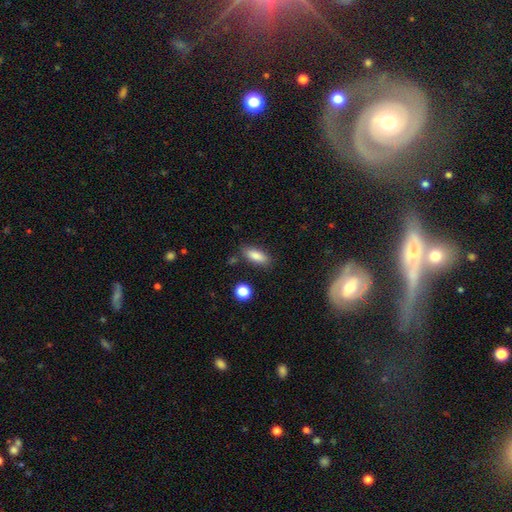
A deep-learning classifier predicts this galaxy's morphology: The model was most divided on "how rounded": in between: 74%, cigar-shaped: 23%, round: 3%. More confident: smooth or featured — smooth (84%); merging — none (82%).